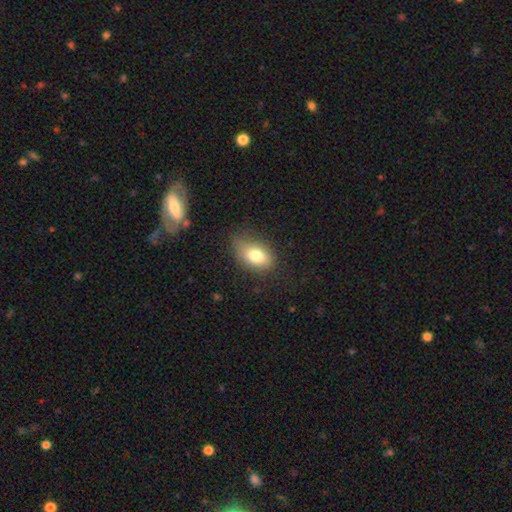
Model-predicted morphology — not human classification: The model was most divided on "merging": none: 71%, minor disturbance: 21%, major disturbance: 7%, merger: 1%. More confident: how rounded — in between (87%); smooth or featured — smooth (78%).